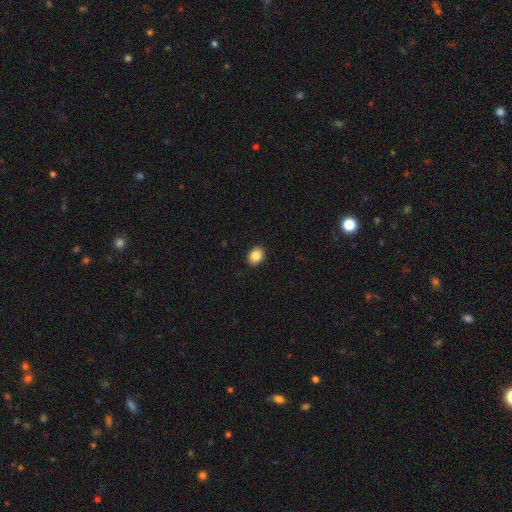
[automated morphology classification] Smooth or featured? smooth (86%)
How rounded? round (50%)
Merging? none (92%)